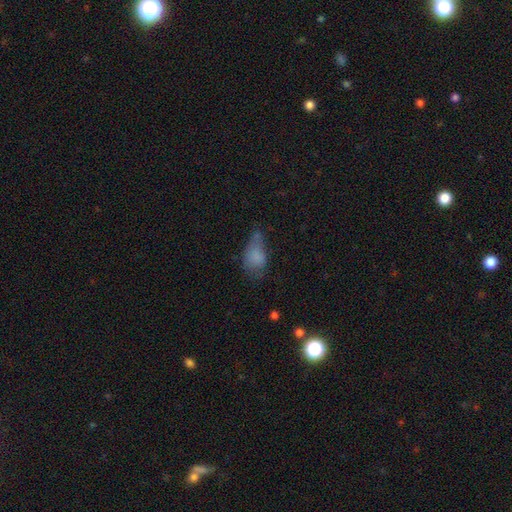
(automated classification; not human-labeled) Smooth or featured? smooth (72%)
How rounded? in between (86%)
Merging? minor disturbance (33%)